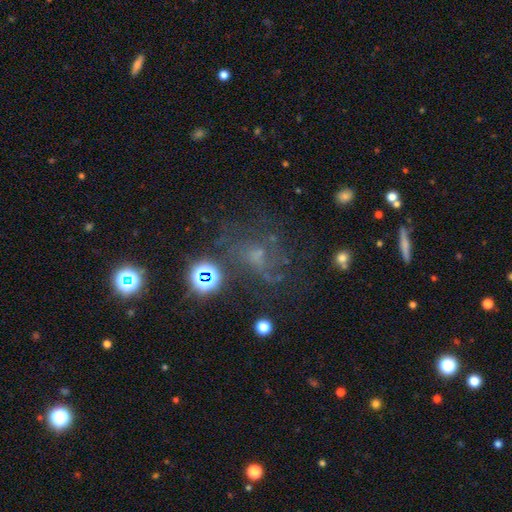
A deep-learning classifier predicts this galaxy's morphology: smooth-or-featured: featured or disk: 39% | star or artifact: 35% | smooth: 26%
  merging: none: 51% | major disturbance: 26% | minor disturbance: 18% | merger: 5%